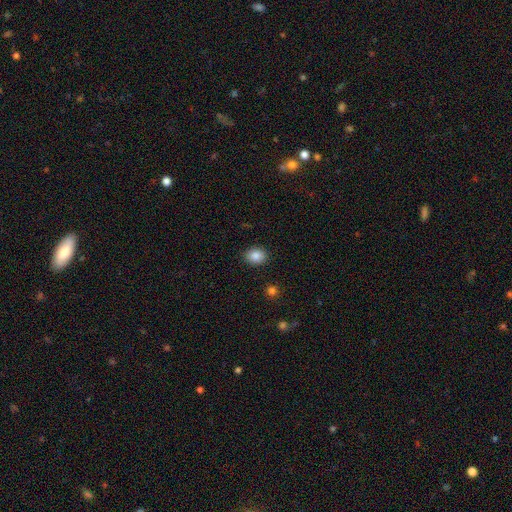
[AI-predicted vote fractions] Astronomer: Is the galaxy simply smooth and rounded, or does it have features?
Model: smooth — 86%.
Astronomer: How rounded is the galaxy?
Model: round — 55% (runner-up: in between, 44%).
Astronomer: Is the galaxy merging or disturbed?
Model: none — 89%.